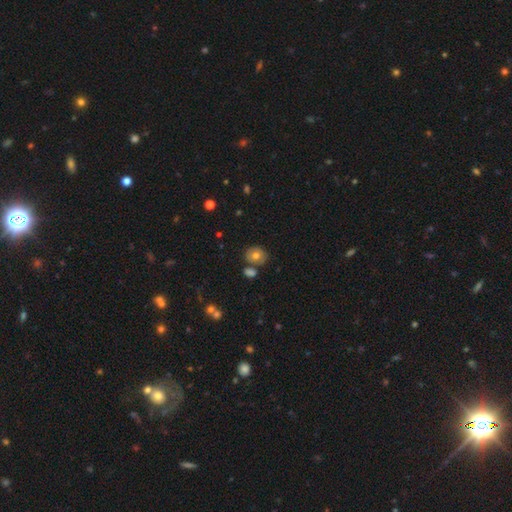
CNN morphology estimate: This appears to be a smooth galaxy with no disk features (70%) that is round (71%). Merging: none (68%).